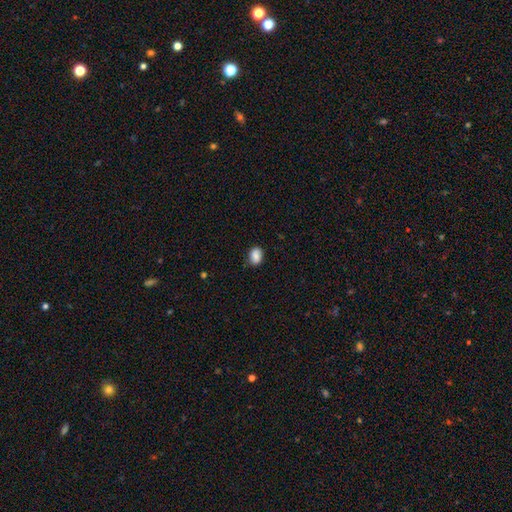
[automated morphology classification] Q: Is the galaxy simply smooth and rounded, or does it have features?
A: smooth — 83%.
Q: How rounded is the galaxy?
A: in between — 67%.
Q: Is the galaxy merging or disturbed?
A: none — 78%.